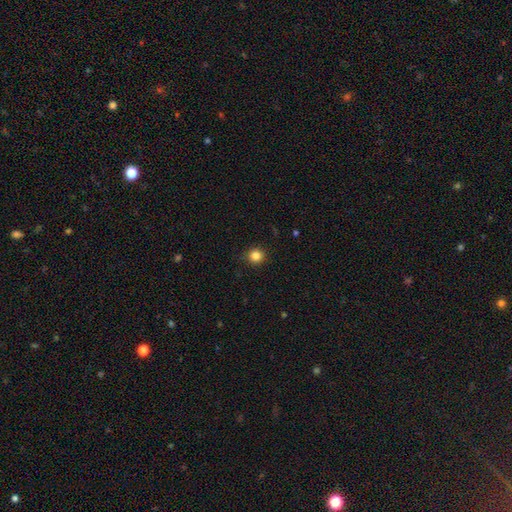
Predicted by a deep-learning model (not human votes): The model was most divided on "smooth or featured": smooth: 84%, star or artifact: 12%, featured or disk: 4%. More confident: how rounded — round (93%); merging — none (89%).